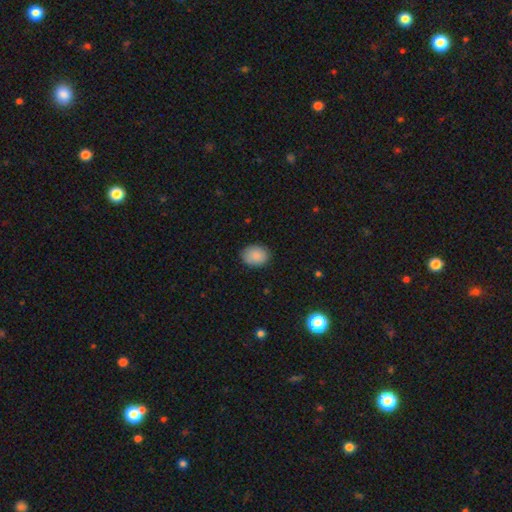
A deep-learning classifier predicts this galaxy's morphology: The model was most divided on "how rounded": in between: 62%, round: 37%, cigar-shaped: 1%. More confident: smooth or featured — smooth (89%); merging — none (85%).